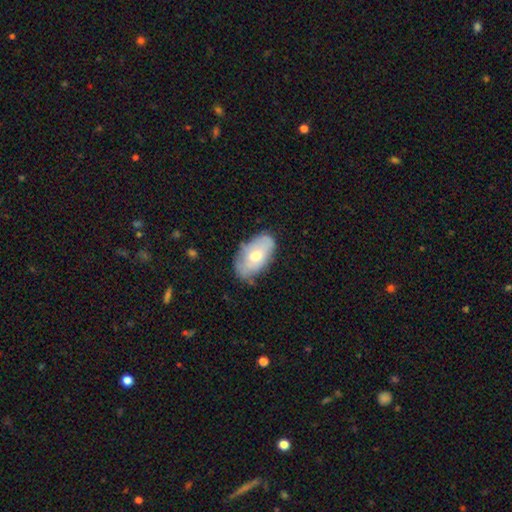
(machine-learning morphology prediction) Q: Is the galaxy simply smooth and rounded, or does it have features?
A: smooth — 61%.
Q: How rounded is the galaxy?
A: in between — 94%.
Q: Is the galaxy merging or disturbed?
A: none — 67%.